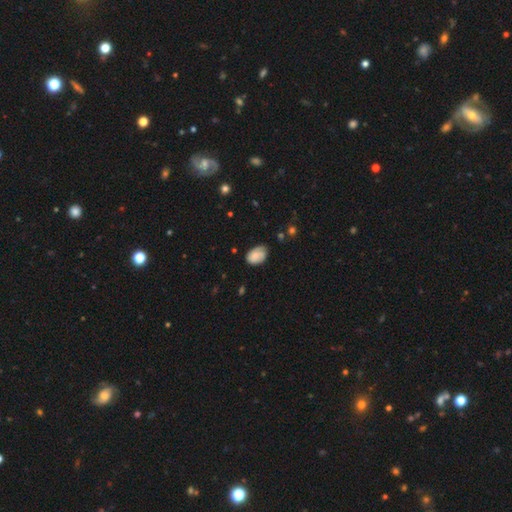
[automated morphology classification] smooth_or_featured: smooth (p=0.65) [alt: featured or disk p=0.27]
how_rounded: in between (p=0.84) [alt: round p=0.15]
merging: none (p=0.59) [alt: minor disturbance p=0.31]